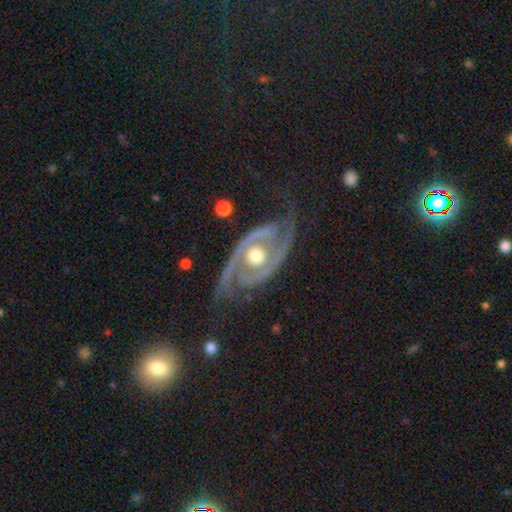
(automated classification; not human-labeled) The model was most divided on "spiral winding": tight: 41%, medium: 37%, loose: 22%. More confident: edge-on disk — no (94%); smooth or featured — featured or disk (89%); bar — no (85%); spiral arm count — 2 (84%); spiral arms — yes (84%); bulge size — moderate (74%); merging — none (69%).